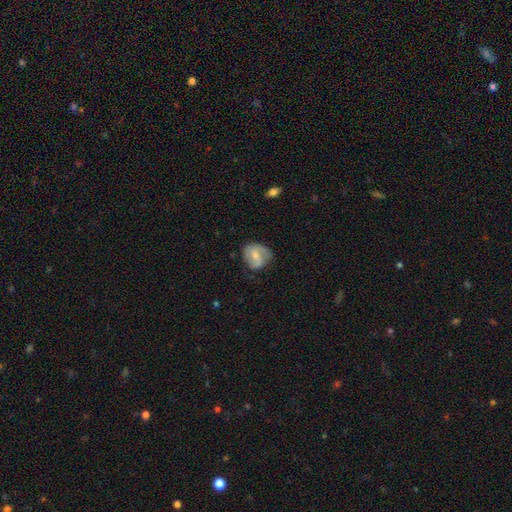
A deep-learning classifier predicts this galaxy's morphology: Smooth or featured? Predicted: smooth (p=0.47). Merging? Predicted: none (p=0.52).